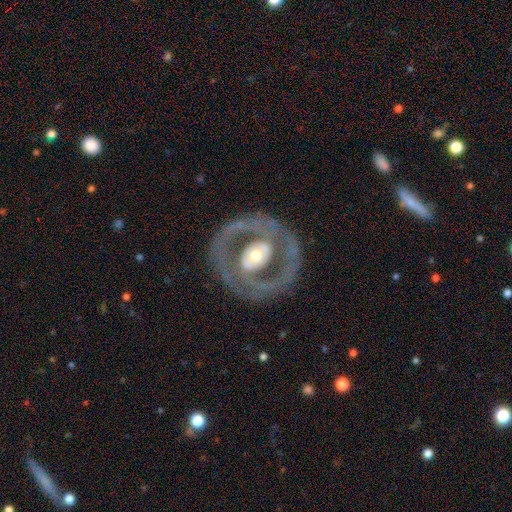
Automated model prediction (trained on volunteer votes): The model was most divided on "spiral arms": no: 55%, yes: 45%. More confident: edge-on disk — no (95%); smooth or featured — featured or disk (78%); merging — none (77%); bar — no (63%); bulge size — moderate (61%).